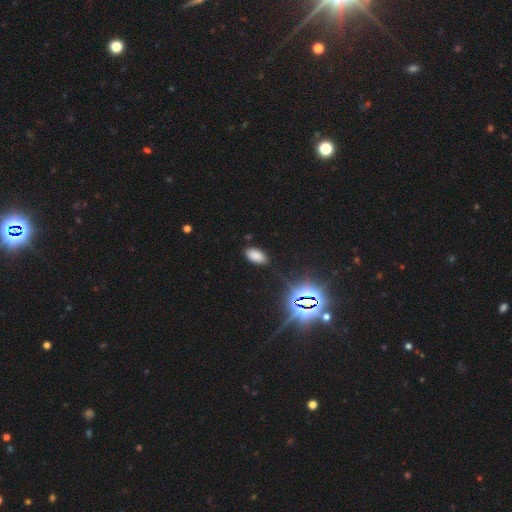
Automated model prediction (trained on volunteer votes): Smooth or featured? smooth (75%)
How rounded? in between (94%)
Merging? none (85%)